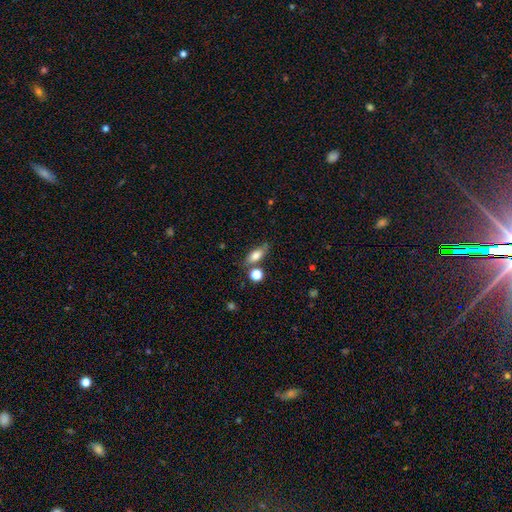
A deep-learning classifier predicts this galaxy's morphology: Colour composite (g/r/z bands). It shows a smooth galaxy with no disk features (75%) that is in between round and cigar-shaped (74%). Merging: none (65%).